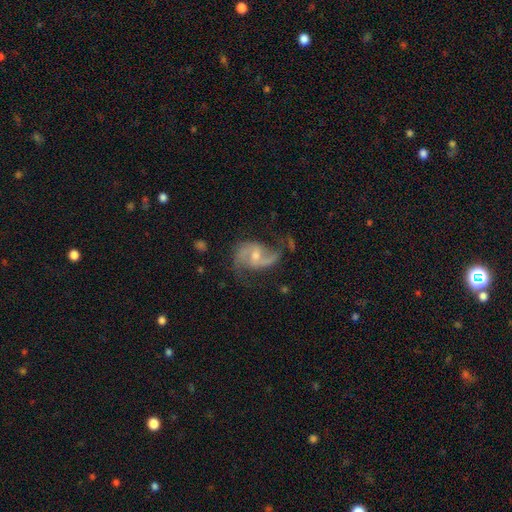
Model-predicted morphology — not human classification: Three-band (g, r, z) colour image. It shows a featured or disk galaxy (88%) with a weak bar (46%), 2 (89%) loose (46%) spiral arms (96%) and a small central bulge (48%). Merging: none (63%).